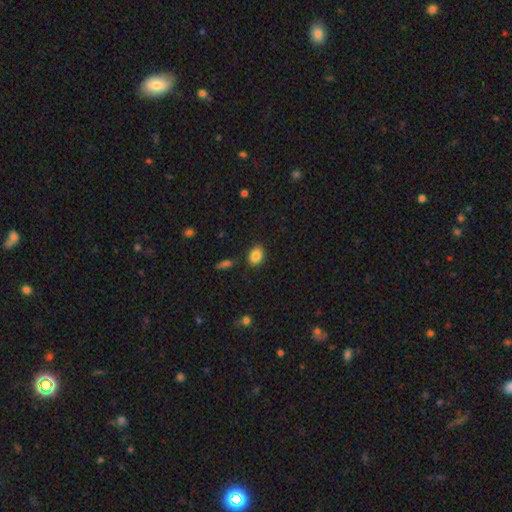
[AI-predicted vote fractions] A smooth galaxy with no disk features (85%) that is in between round and cigar-shaped (60%).

Vote fractions:
- Smooth or featured? smooth: 85% / star or artifact: 9% / featured or disk: 6%
- How rounded? in between: 60% / round: 39% / cigar-shaped: 1%
- Merging? none: 85% / minor disturbance: 10% / merger: 3% / major disturbance: 3%